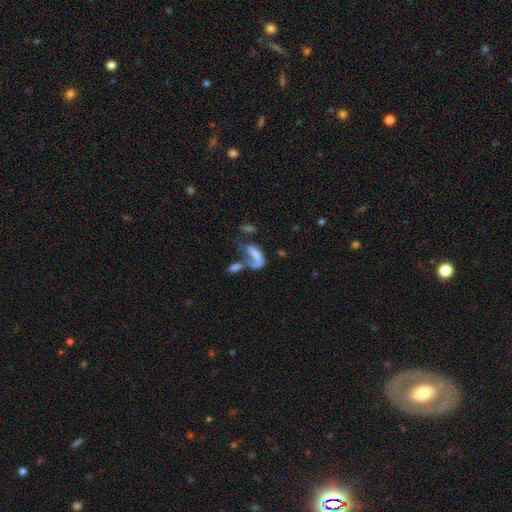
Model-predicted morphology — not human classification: type=featured or disk (46%); merging=merger (43%).